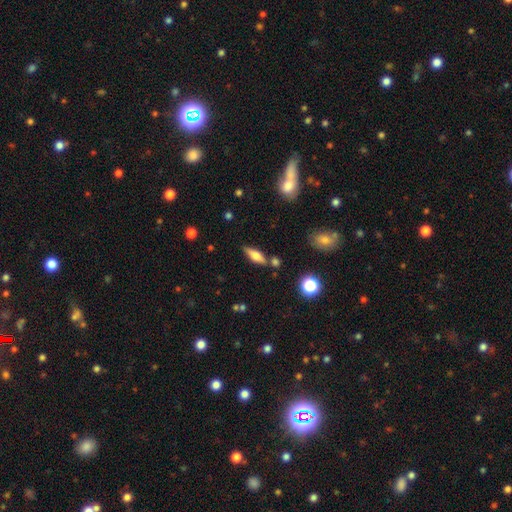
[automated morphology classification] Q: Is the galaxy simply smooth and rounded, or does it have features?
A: smooth — 53%.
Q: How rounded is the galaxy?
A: in between — 53%.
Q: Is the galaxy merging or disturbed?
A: none — 75%.